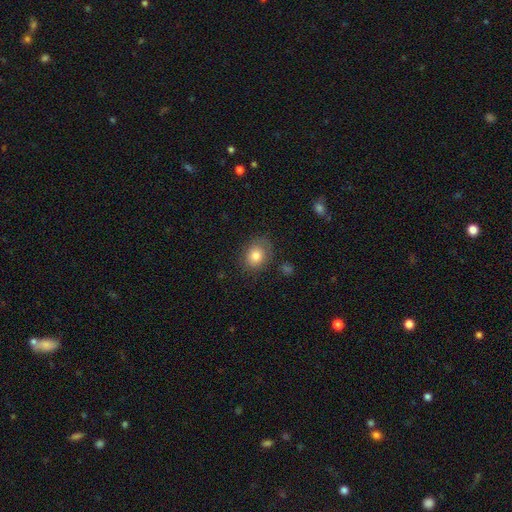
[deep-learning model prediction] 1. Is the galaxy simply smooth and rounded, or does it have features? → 79% smooth, 12% featured or disk, 9% star or artifact.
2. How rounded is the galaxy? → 51% round, 48% in between, 1% cigar-shaped.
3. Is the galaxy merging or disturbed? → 72% none, 19% minor disturbance, 7% major disturbance, 2% merger.